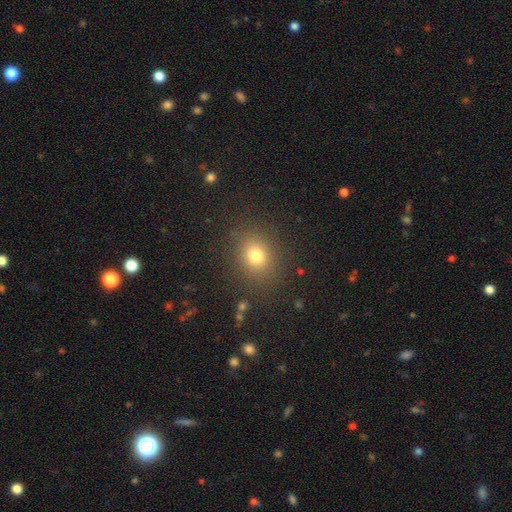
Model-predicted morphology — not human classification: A smooth galaxy with no disk features (77%) that is round (66%). Merging: none (86%).